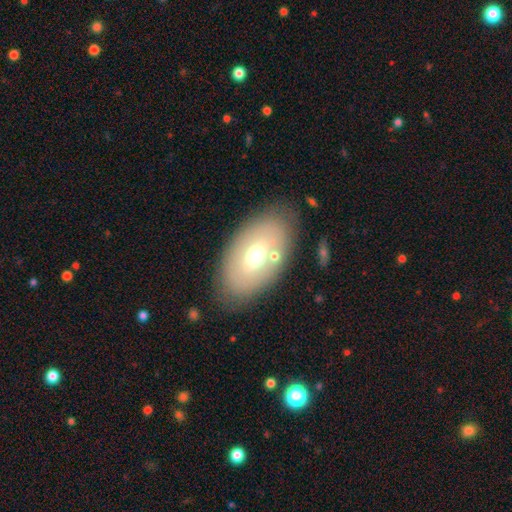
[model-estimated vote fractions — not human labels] This appears to be a smooth galaxy with no disk features (56%) that is in between round and cigar-shaped (91%). Merging: none (77%).